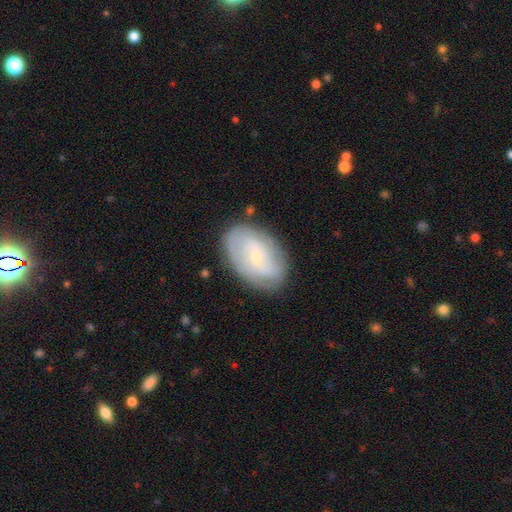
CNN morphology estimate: Smooth or featured? Predicted: featured or disk (p=0.66). Edge-on disk? Predicted: no (p=0.96). Bar? Predicted: no (p=0.63). Spiral arms? Predicted: yes (p=0.81). Spiral winding? Predicted: tight (p=0.58). Spiral arm count? Predicted: can't tell (p=0.45). Bulge size? Predicted: small (p=0.80). Merging? Predicted: none (p=0.79).